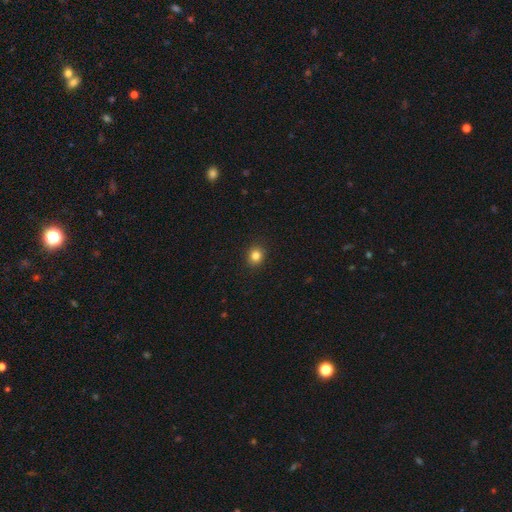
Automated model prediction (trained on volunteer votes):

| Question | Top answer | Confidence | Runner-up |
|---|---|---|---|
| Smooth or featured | smooth | 83% | star or artifact (12%) |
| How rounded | round | 67% | in between (33%) |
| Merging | none | 91% | minor disturbance (6%) |